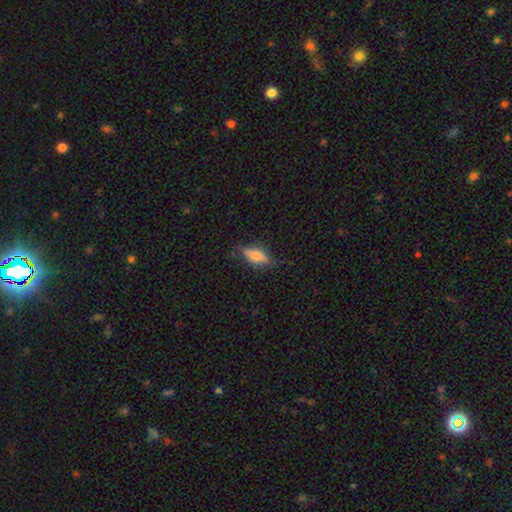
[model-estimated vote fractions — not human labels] Morphology: type=smooth (56%); roundness=in between (63%); merging=none (74%).